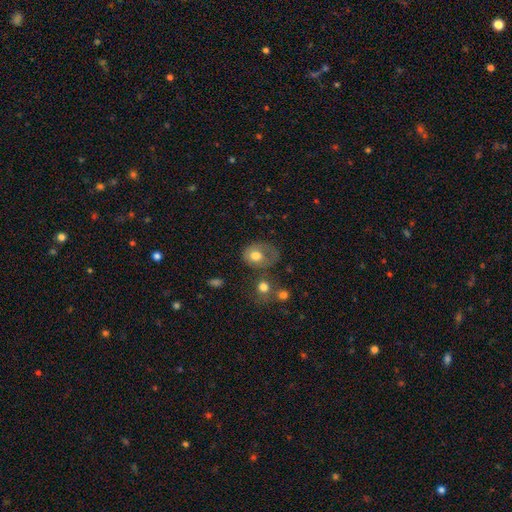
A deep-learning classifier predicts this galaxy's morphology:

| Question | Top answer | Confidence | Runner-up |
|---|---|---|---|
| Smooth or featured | smooth | 69% | featured or disk (23%) |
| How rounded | in between | 52% | round (47%) |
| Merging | none | 32% | major disturbance (29%) |